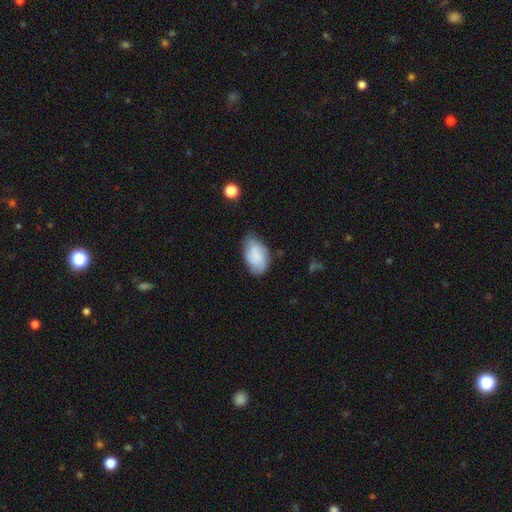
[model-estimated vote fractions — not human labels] Q: Smooth or featured?
A: smooth (64%); runner-up: featured or disk (28%)
Q: How rounded?
A: in between (91%); runner-up: round (8%)
Q: Merging?
A: none (62%); runner-up: minor disturbance (28%)